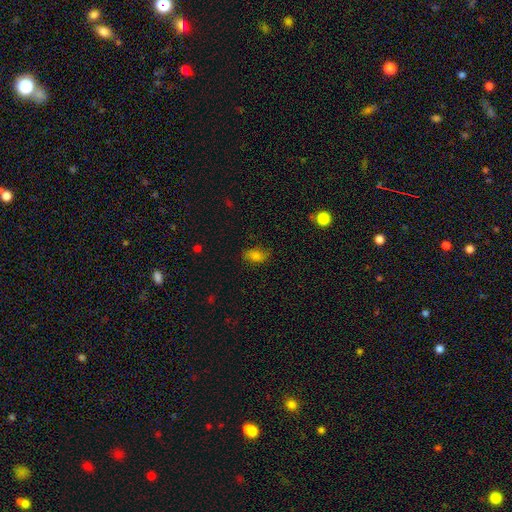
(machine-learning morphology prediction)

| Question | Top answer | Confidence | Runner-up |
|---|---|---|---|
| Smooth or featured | smooth | 73% | star or artifact (14%) |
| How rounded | in between | 85% | round (12%) |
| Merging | none | 75% | minor disturbance (19%) |